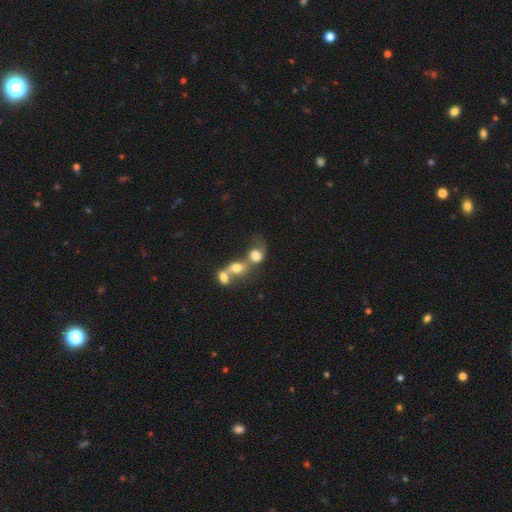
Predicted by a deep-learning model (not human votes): This appears to be a smooth galaxy with no disk features (64%) that is in between round and cigar-shaped (51%). Merging: merger (71%).